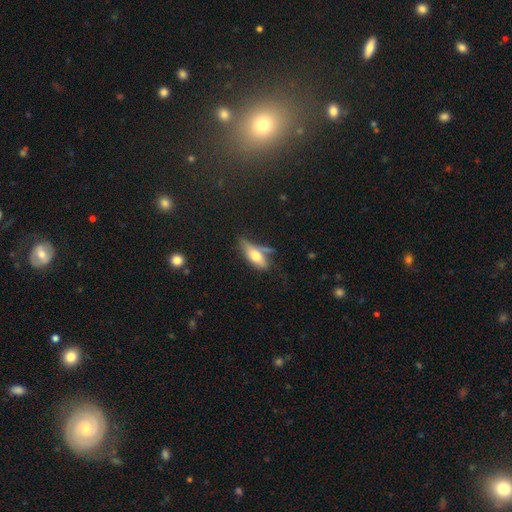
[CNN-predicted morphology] smooth-or-featured: smooth: 63% | featured or disk: 29% | star or artifact: 8%
  how-rounded: in between: 67% | cigar-shaped: 29% | round: 4%
  merging: none: 44% | minor disturbance: 27% | merger: 15% | major disturbance: 14%